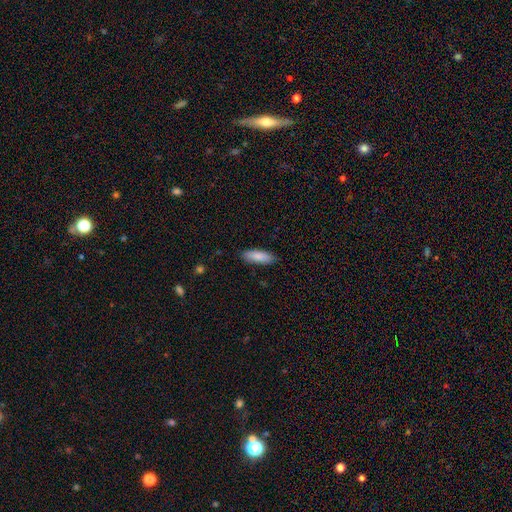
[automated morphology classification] smooth_or_featured: smooth (p=0.87) [alt: featured or disk p=0.07]
how_rounded: in between (p=0.64) [alt: cigar-shaped p=0.34]
merging: none (p=0.86) [alt: minor disturbance p=0.11]